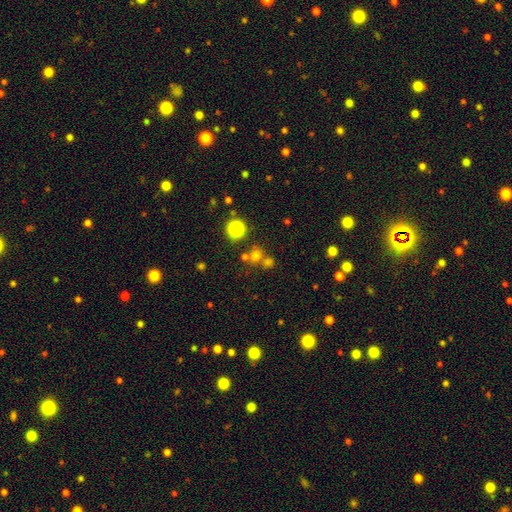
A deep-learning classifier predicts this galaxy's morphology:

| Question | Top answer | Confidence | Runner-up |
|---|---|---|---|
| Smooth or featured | smooth | 61% | star or artifact (30%) |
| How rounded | round | 86% | in between (13%) |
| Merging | none | 62% | merger (26%) |